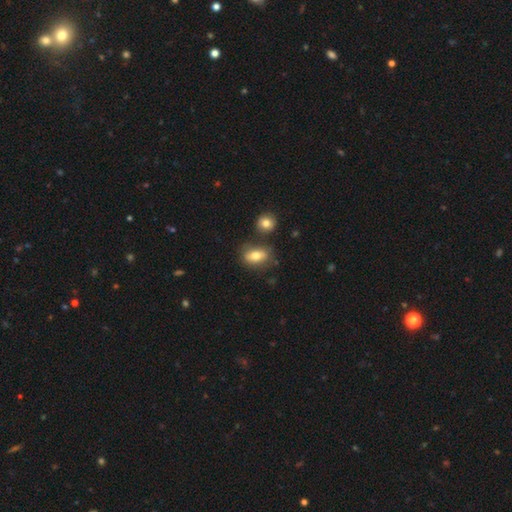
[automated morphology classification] A smooth galaxy with no disk features (74%) that is in between round and cigar-shaped (81%). Merging: none (67%).